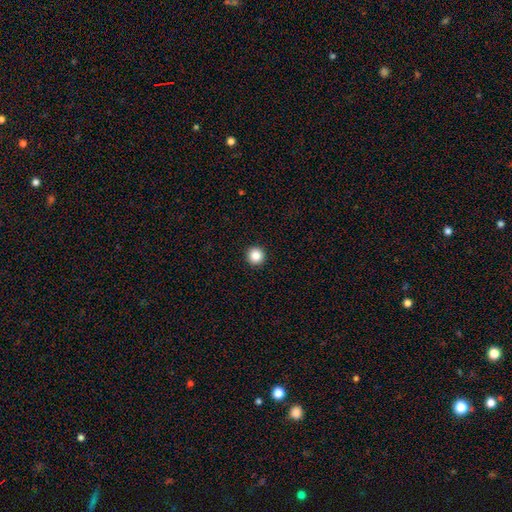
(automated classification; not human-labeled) smooth 86%, star or artifact 10%, featured or disk 4%. Down the decision tree: how rounded — round (97%); merging — none (94%).